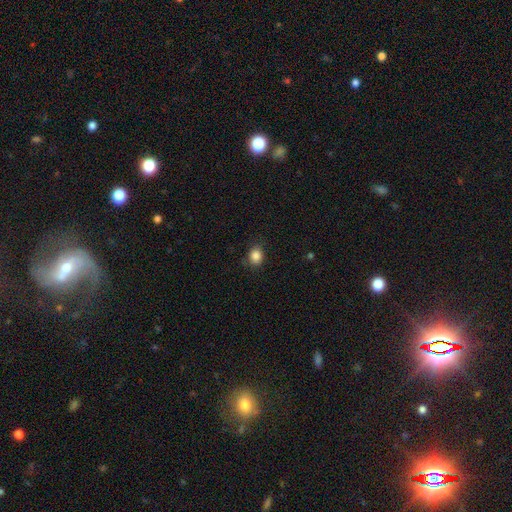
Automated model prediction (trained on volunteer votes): A smooth galaxy with no disk features (85%) that is round (58%). Merging: none (80%).